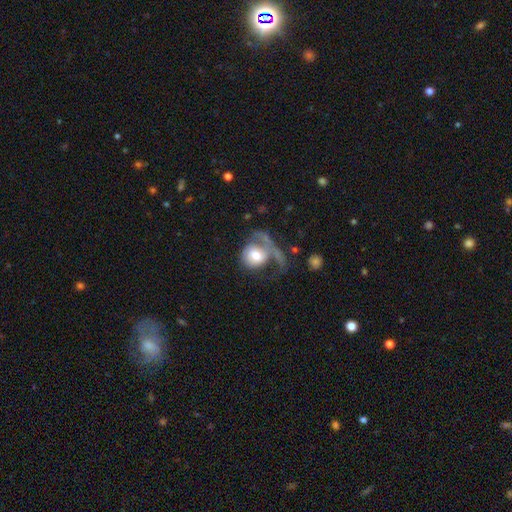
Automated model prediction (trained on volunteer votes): Overall: smooth (54%; featured or disk 39%). How rounded: round (70%). Merging: major disturbance (56%; none 19%).